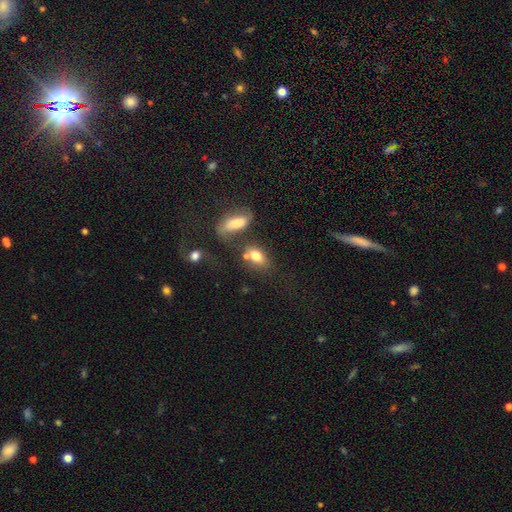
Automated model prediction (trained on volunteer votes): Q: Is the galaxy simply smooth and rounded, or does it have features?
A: smooth — 76%.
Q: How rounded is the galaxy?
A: in between — 82%.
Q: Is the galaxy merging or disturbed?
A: none — 47%.